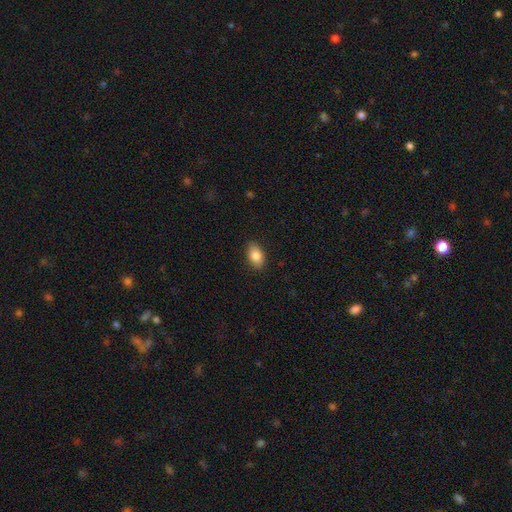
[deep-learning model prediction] Q: Smooth or featured?
A: smooth (85%); runner-up: featured or disk (8%)
Q: How rounded?
A: in between (90%); runner-up: round (8%)
Q: Merging?
A: none (88%); runner-up: minor disturbance (9%)